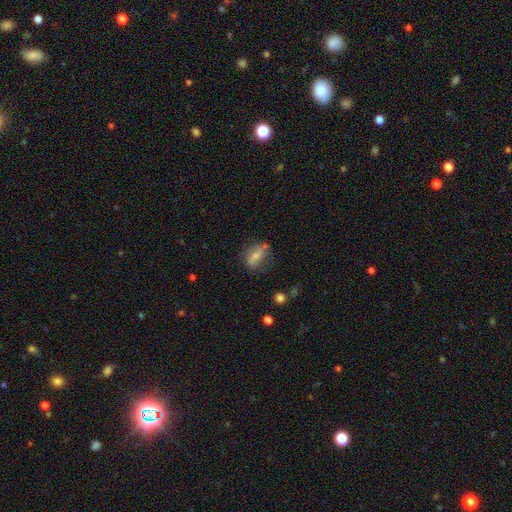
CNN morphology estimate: Smooth or featured? smooth (54%)
How rounded? in between (69%)
Merging? none (61%)